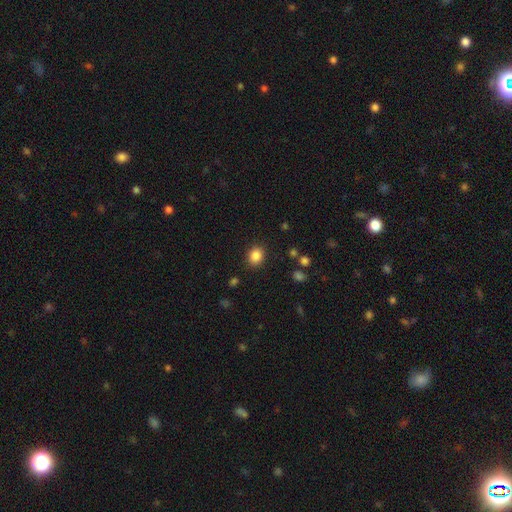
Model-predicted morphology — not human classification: Smooth or featured?
  - smooth: 86% *
  - star or artifact: 10%
  - featured or disk: 4%
How rounded?
  - round: 64% *
  - in between: 36%
  - cigar-shaped: 1%
Merging?
  - none: 88% *
  - minor disturbance: 8%
  - major disturbance: 3%
  - merger: 1%